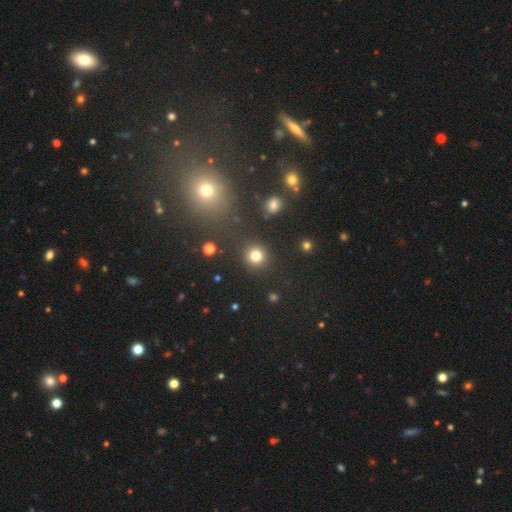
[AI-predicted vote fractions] Smooth or featured: smooth — 80% (star or artifact — 15%)
How rounded: round — 92% (in between — 7%)
Merging: none — 89% (minor disturbance — 6%)